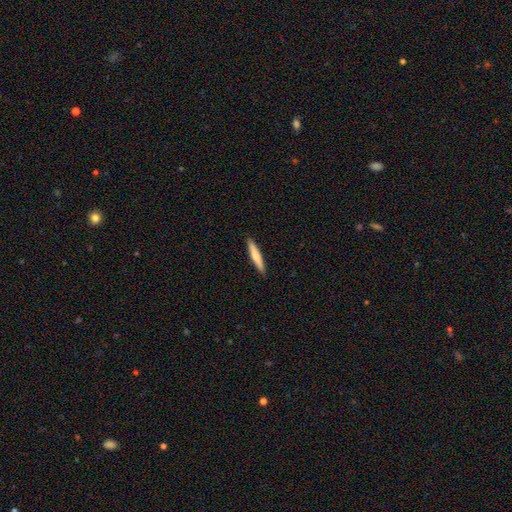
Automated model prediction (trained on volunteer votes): smooth 68%, featured or disk 27%, star or artifact 5%. Down the decision tree: how rounded — cigar-shaped (93%); merging — none (91%).